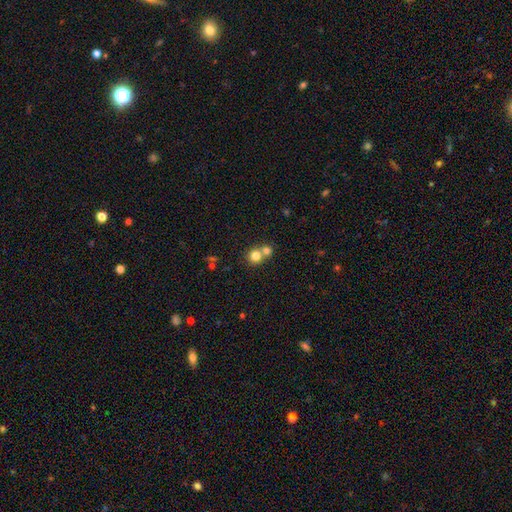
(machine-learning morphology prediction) Smooth or featured? smooth (79%)
How rounded? round (88%)
Merging? merger (49%)